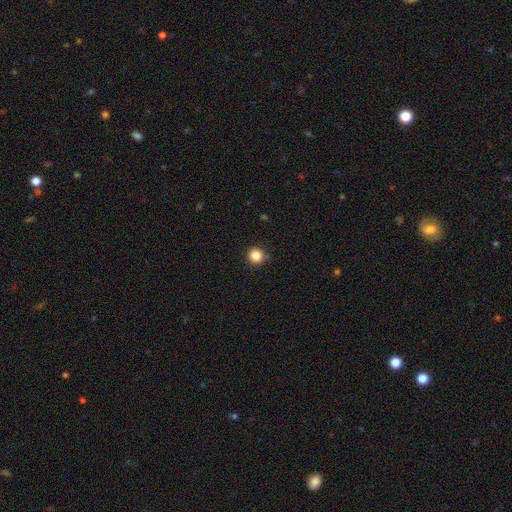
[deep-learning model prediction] Morphology: type=smooth (85%); roundness=round (95%); merging=none (86%).